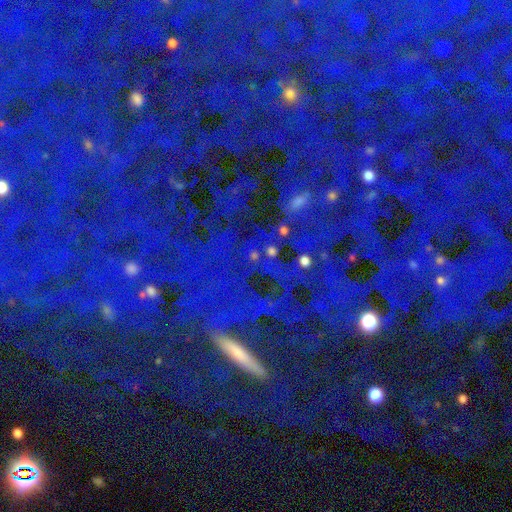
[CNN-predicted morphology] This is likely a star or artifact rather than a galaxy (71%).